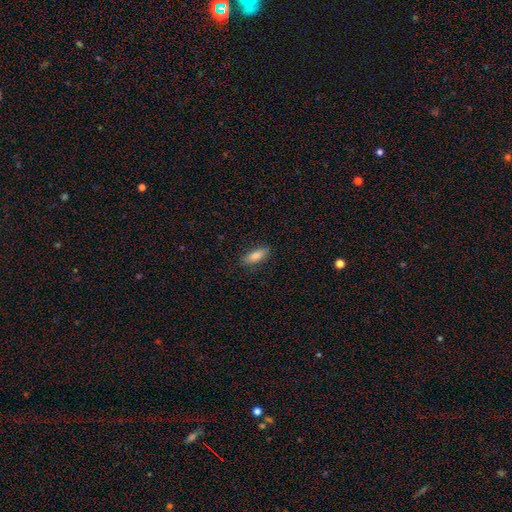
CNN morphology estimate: Overall: smooth (81%). How rounded: in between (64%; cigar-shaped 34%). Merging: none (87%).